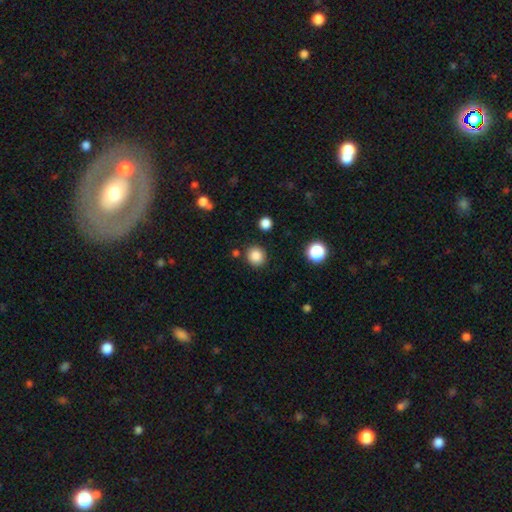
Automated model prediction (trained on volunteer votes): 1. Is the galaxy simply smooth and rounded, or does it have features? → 86% smooth, 11% star or artifact, 4% featured or disk.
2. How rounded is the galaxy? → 89% round, 11% in between, 1% cigar-shaped.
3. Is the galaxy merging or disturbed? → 87% none, 7% minor disturbance, 3% merger, 3% major disturbance.